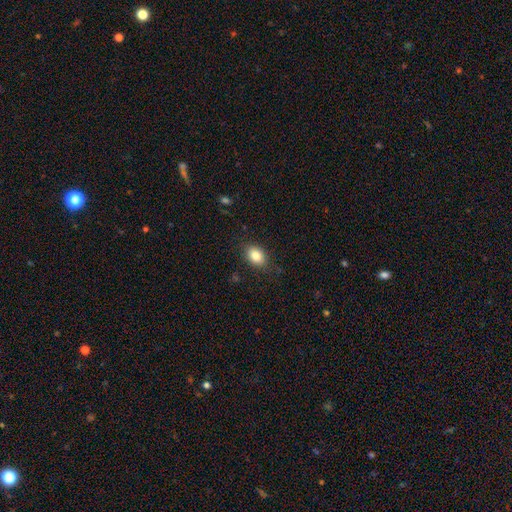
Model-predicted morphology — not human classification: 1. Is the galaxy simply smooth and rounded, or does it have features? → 84% smooth, 9% star or artifact, 8% featured or disk.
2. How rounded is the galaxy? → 78% in between, 21% round, 1% cigar-shaped.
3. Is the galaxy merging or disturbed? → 84% none, 12% minor disturbance, 3% major disturbance, 1% merger.